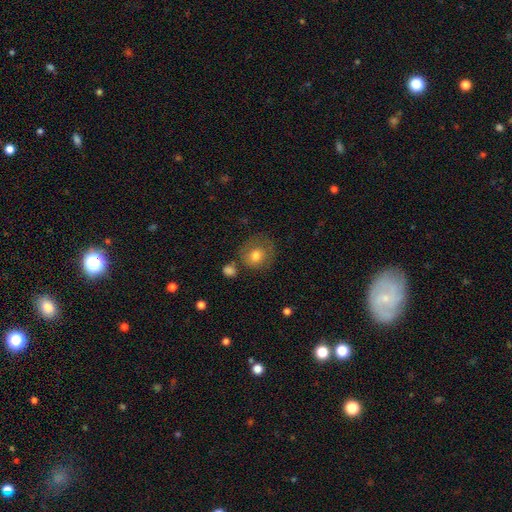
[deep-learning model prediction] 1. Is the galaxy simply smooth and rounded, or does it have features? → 75% smooth, 16% featured or disk, 9% star or artifact.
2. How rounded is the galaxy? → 81% round, 19% in between, 1% cigar-shaped.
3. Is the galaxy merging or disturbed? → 63% none, 20% minor disturbance, 9% major disturbance, 8% merger.